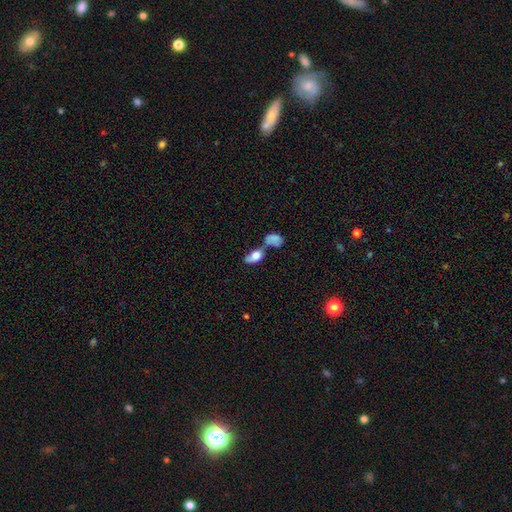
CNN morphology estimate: smooth 64%, featured or disk 28%, star or artifact 8%. Down the decision tree: how rounded — in between (86%); merging — merger (48%).